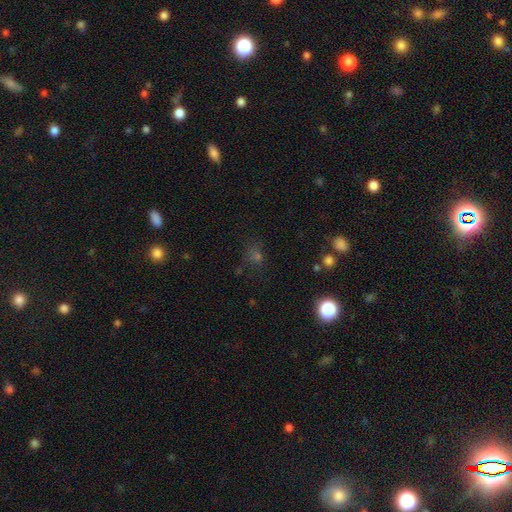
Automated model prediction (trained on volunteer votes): The model was most divided on "smooth or featured": smooth: 49%, star or artifact: 42%, featured or disk: 9%. More confident: merging — none (78%).